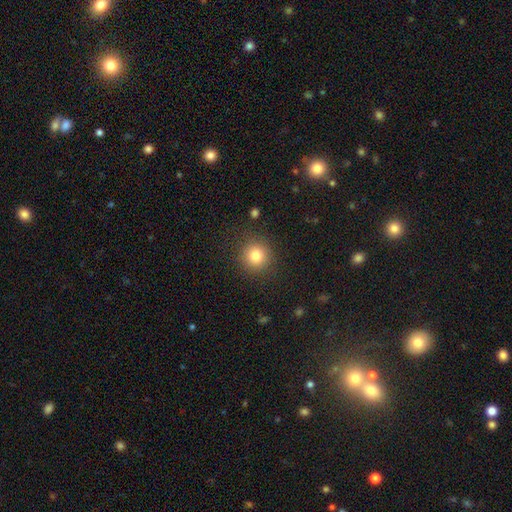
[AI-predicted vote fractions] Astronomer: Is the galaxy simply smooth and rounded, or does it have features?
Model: smooth — 80%.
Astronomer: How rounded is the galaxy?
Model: round — 93%.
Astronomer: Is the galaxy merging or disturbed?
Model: none — 88%.